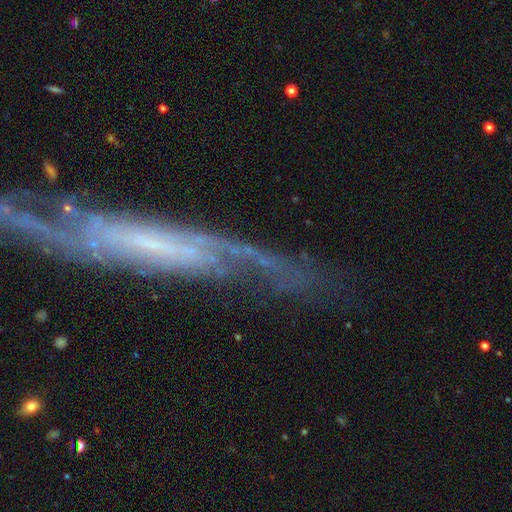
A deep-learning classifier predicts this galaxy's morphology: This is clearly a featured or disk galaxy (80%). It is likely not viewed edge-on (63%). Bar: marginally no (39%). Spiral arm pattern: clearly yes (91%). Central bulge: marginally small (44%). Merging: likely none (64%).